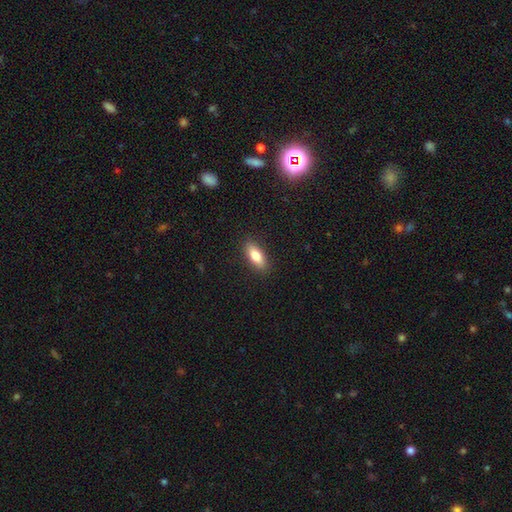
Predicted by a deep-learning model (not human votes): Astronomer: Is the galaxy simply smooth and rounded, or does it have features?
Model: smooth — 81%.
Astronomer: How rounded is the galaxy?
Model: in between — 76%.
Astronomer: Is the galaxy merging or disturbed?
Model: none — 88%.